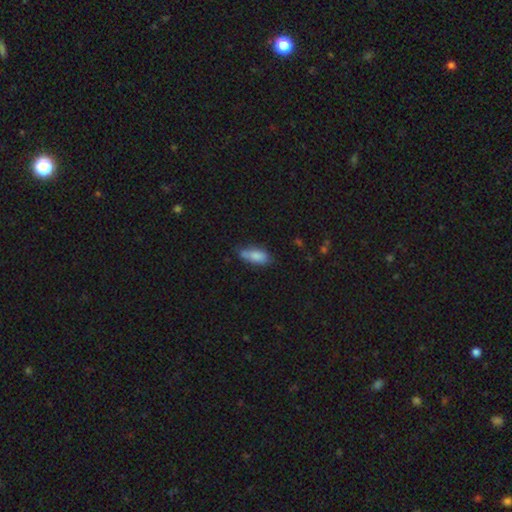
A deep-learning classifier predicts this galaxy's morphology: A smooth galaxy with no disk features (83%) that is in between round and cigar-shaped (76%).

Vote fractions:
- Smooth or featured? smooth: 83% / featured or disk: 10% / star or artifact: 7%
- How rounded? in between: 76% / cigar-shaped: 22% / round: 2%
- Merging? none: 58% / minor disturbance: 32% / major disturbance: 7% / merger: 4%